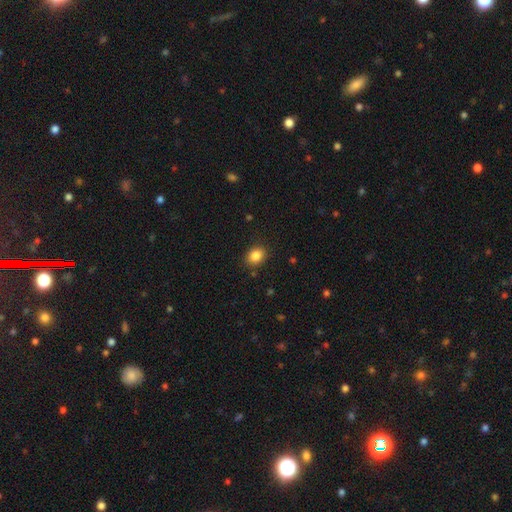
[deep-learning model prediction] A smooth galaxy with no disk features (85%) that is round (50%). Merging: none (87%).